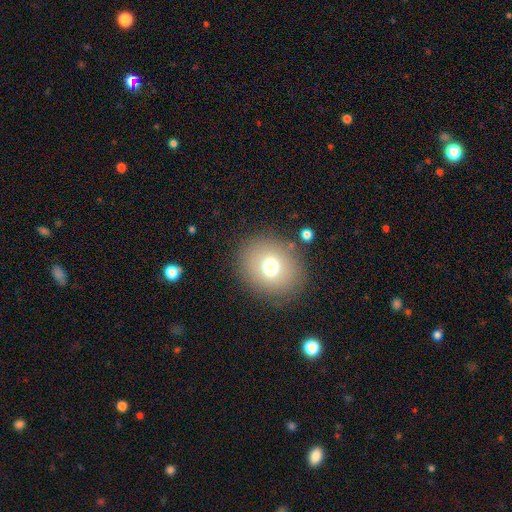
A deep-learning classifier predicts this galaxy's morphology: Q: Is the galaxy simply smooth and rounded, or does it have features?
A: smooth — 64%.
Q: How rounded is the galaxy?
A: round — 76%.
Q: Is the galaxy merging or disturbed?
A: none — 89%.